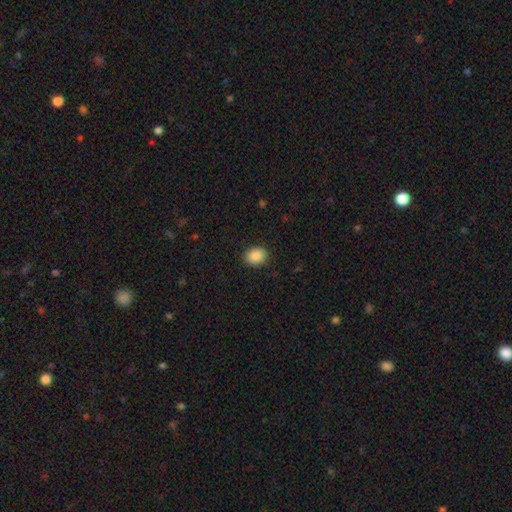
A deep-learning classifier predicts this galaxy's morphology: type=smooth (88%); roundness=round (51%); merging=none (90%).